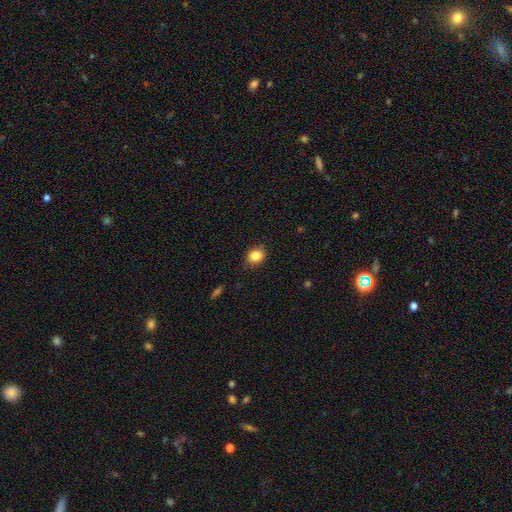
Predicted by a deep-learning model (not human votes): A smooth galaxy with no disk features (84%) that is round (64%). Merging: none (82%).